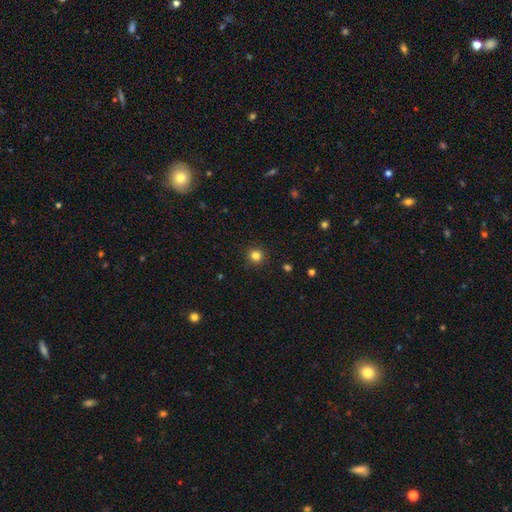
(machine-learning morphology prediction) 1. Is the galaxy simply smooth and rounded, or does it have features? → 82% smooth, 13% star or artifact, 5% featured or disk.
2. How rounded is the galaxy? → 91% round, 8% in between, 1% cigar-shaped.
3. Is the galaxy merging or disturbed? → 91% none, 6% minor disturbance, 2% major disturbance, 1% merger.